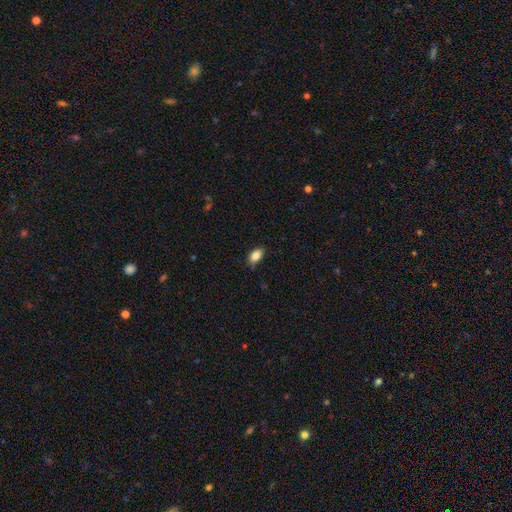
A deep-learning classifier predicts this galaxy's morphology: smooth-or-featured: smooth: 85% | star or artifact: 9% | featured or disk: 7%
  how-rounded: in between: 88% | round: 9% | cigar-shaped: 3%
  merging: none: 78% | minor disturbance: 18% | major disturbance: 3% | merger: 1%